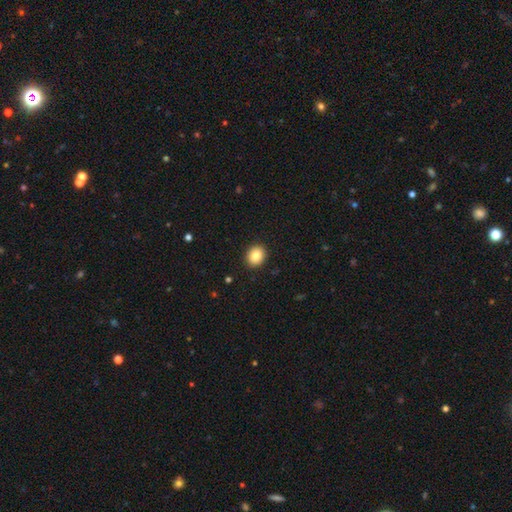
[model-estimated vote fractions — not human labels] Q: Smooth or featured?
A: smooth (84%); runner-up: star or artifact (9%)
Q: How rounded?
A: round (68%); runner-up: in between (31%)
Q: Merging?
A: none (92%); runner-up: minor disturbance (6%)